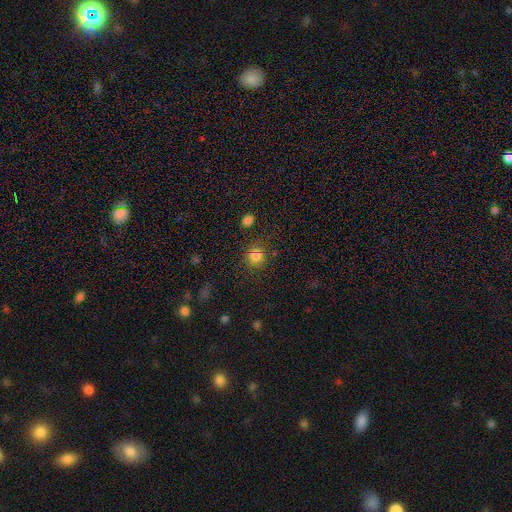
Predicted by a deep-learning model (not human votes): The model was most divided on "smooth or featured": smooth: 78%, star or artifact: 16%, featured or disk: 6%. More confident: how rounded — round (89%); merging — none (83%).